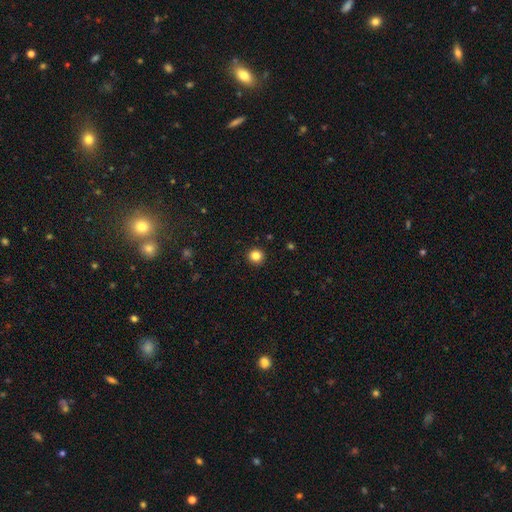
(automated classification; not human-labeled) Smooth or featured? smooth (84%)
How rounded? round (94%)
Merging? none (93%)